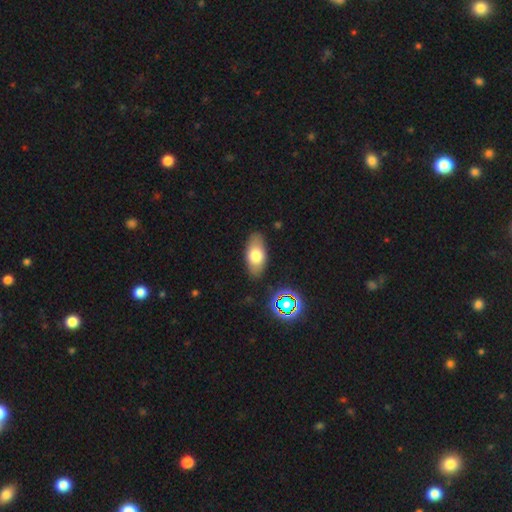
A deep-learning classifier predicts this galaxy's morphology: This is likely a smooth galaxy (72%). How rounded: clearly in between (89%). Merging: clearly none (84%).